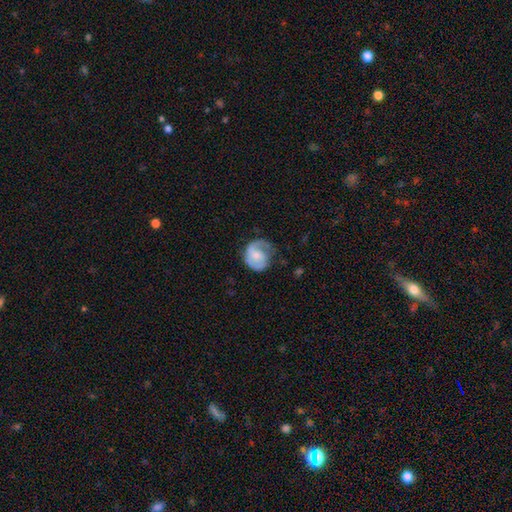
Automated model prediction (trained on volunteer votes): This is possibly a featured or disk galaxy (60%). It is clearly not viewed edge-on (98%). Bar: possibly no (58%). Spiral arm pattern: clearly yes (87%). Spiral arm count: possibly 2 (48%). Spiral winding: marginally medium (41%). Central bulge: marginally moderate (40%). Merging: possibly none (52%).